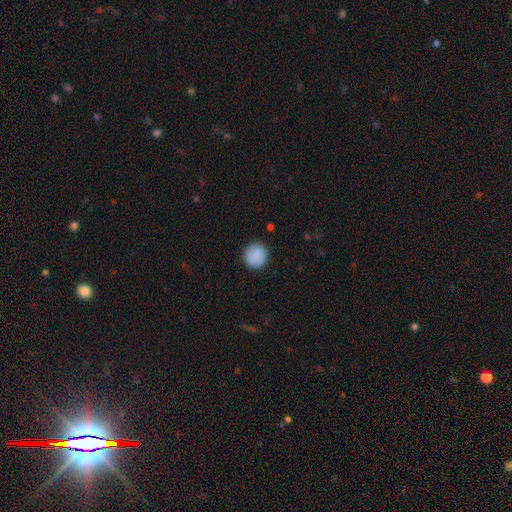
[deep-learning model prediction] Smooth or featured? smooth (89%)
How rounded? round (92%)
Merging? none (90%)